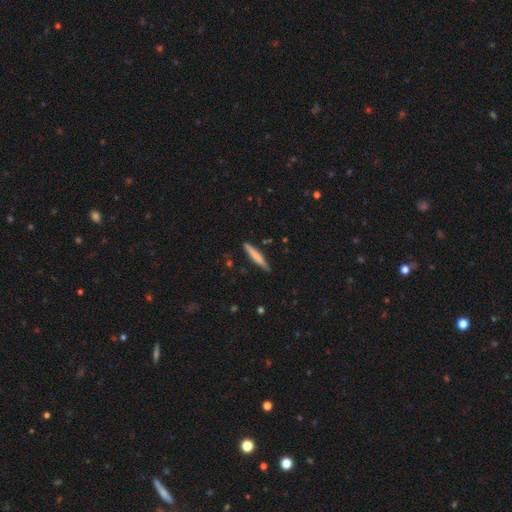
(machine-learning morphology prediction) This appears to be a smooth galaxy with no disk features (69%) that is cigar-shaped (94%). Merging: none (85%).